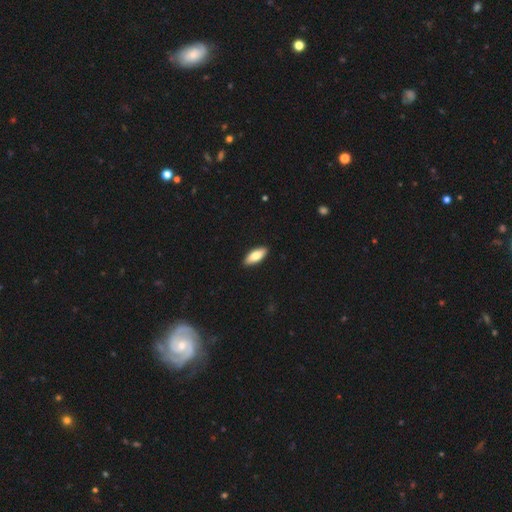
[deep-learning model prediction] smooth-or-featured: smooth: 78% | featured or disk: 17% | star or artifact: 5%
  how-rounded: in between: 74% | cigar-shaped: 23% | round: 2%
  merging: none: 90% | minor disturbance: 7% | major disturbance: 1% | merger: 1%